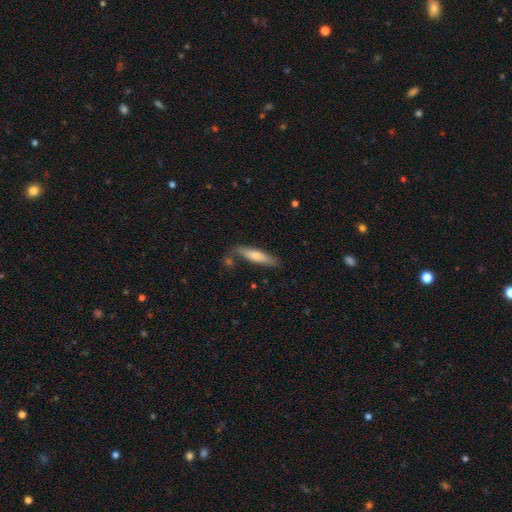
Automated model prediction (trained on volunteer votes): smooth 64%, featured or disk 31%, star or artifact 6%. Down the decision tree: how rounded — cigar-shaped (81%); merging — none (77%).